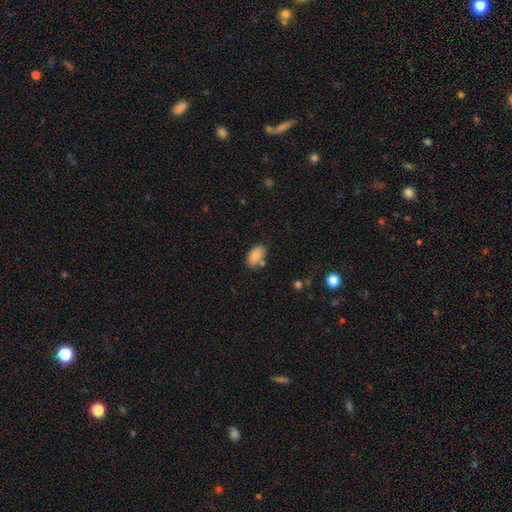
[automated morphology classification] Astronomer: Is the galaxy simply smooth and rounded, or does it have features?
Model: smooth — 84%.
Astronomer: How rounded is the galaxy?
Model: in between — 92%.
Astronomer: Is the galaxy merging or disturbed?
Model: none — 70%.